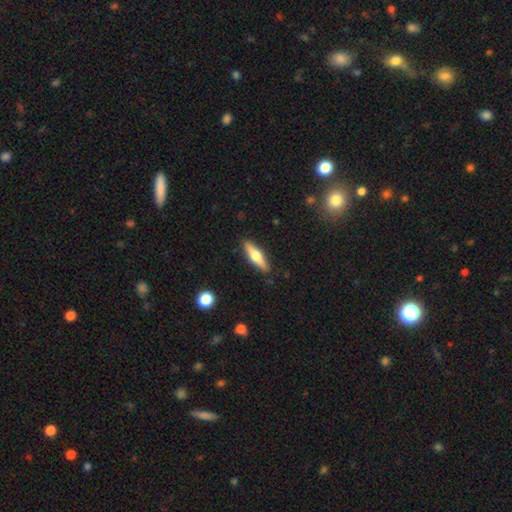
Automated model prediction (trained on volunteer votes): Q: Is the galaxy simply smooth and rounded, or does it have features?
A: smooth — 50%.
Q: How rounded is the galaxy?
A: cigar-shaped — 61%.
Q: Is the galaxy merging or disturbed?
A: none — 88%.